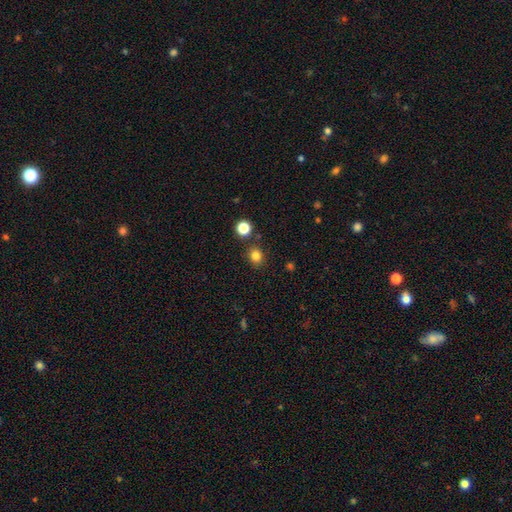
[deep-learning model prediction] Smooth or featured: smooth — 81% (star or artifact — 14%)
How rounded: round — 75% (in between — 24%)
Merging: none — 85% (minor disturbance — 8%)